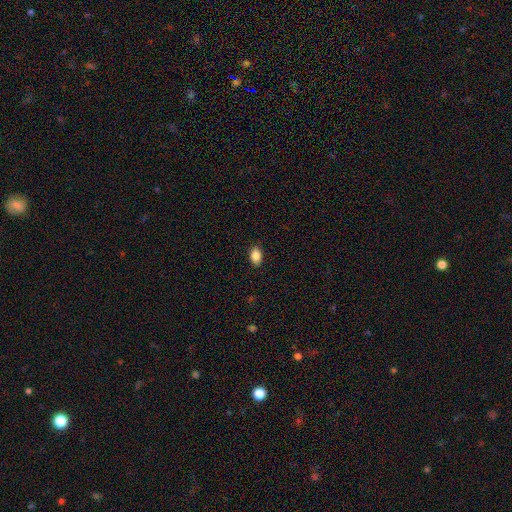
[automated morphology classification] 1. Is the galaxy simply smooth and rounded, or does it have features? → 88% smooth, 8% star or artifact, 4% featured or disk.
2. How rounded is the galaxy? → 86% in between, 13% round, 1% cigar-shaped.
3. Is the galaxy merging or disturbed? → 88% none, 9% minor disturbance, 2% major disturbance, 1% merger.